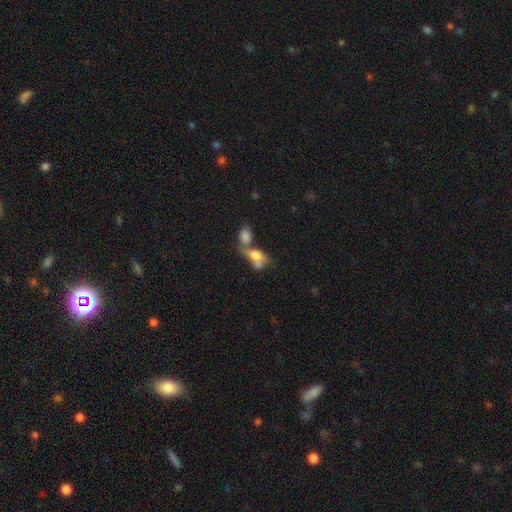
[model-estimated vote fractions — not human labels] Smooth or featured? Predicted: smooth (p=0.63). How rounded? Predicted: in between (p=0.79). Merging? Predicted: merger (p=0.64).